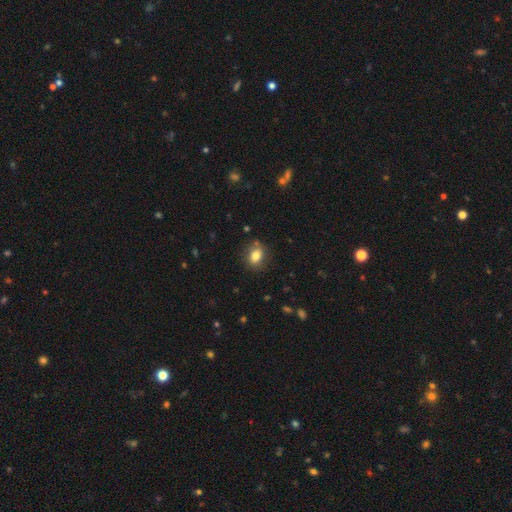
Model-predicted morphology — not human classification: This appears to be a smooth galaxy with no disk features (81%) that is in between round and cigar-shaped (60%). Merging: none (80%).